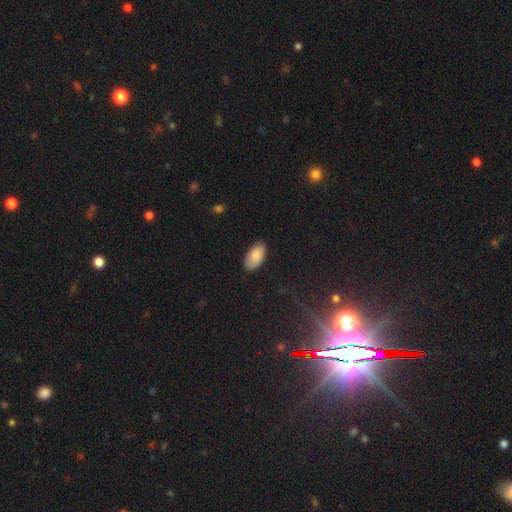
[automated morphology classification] The model was most divided on "merging": none: 82%, minor disturbance: 15%, major disturbance: 2%, merger: 1%. More confident: how rounded — in between (96%); smooth or featured — smooth (86%).